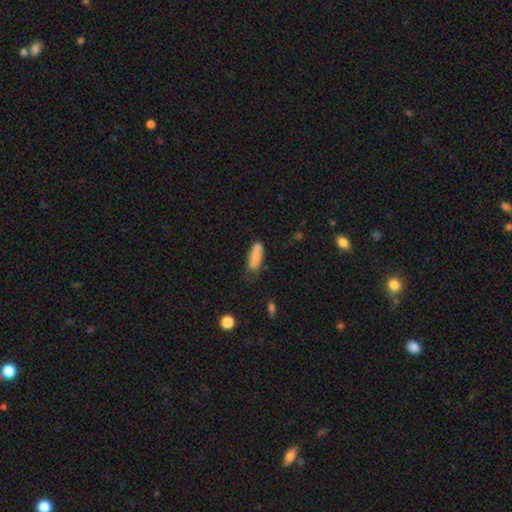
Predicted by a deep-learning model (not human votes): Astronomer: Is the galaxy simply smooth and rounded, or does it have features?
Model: smooth — 70%.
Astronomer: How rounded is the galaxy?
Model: in between — 74%.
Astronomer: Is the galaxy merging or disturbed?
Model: none — 50% (runner-up: minor disturbance, 31%).